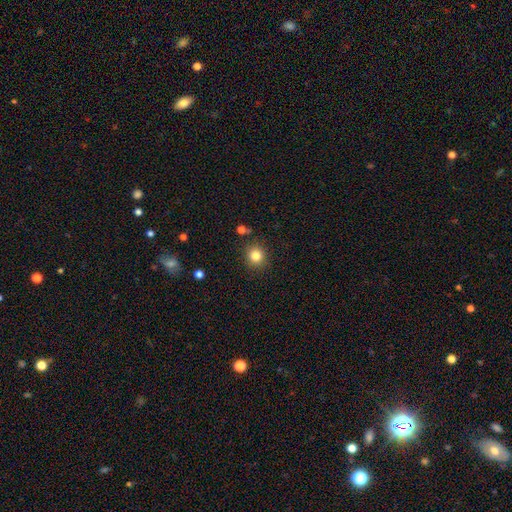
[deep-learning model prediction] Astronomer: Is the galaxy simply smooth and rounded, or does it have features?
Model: smooth — 82%.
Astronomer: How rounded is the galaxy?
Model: round — 89%.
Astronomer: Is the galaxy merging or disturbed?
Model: none — 88%.